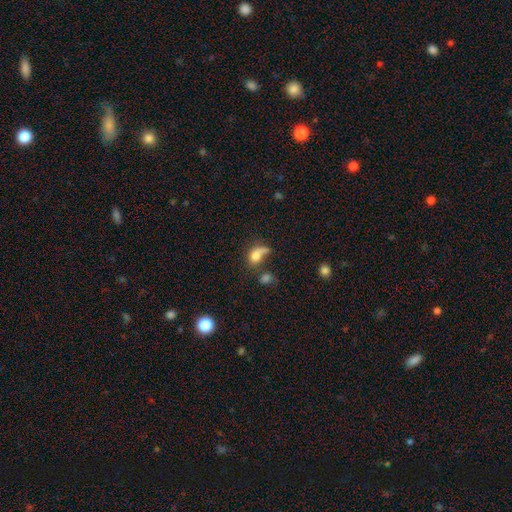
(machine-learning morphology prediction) Smooth or featured: smooth — 70% (featured or disk — 18%)
How rounded: in between — 58% (round — 38%)
Merging: none — 30% (merger — 27%)